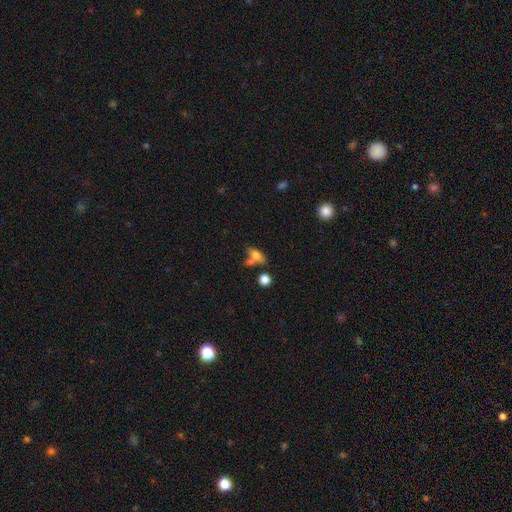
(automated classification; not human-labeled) Smooth or featured: smooth — 69% (featured or disk — 20%)
How rounded: in between — 77% (cigar-shaped — 14%)
Merging: none — 48% (merger — 28%)